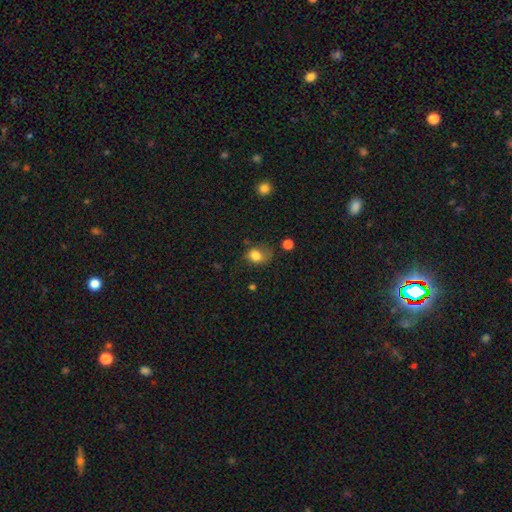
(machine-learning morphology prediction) A smooth galaxy with no disk features (80%) that is in between round and cigar-shaped (51%).

Vote fractions:
- Smooth or featured? smooth: 80% / star or artifact: 11% / featured or disk: 10%
- How rounded? in between: 51% / round: 48% / cigar-shaped: 1%
- Merging? none: 44% / minor disturbance: 33% / major disturbance: 20% / merger: 4%